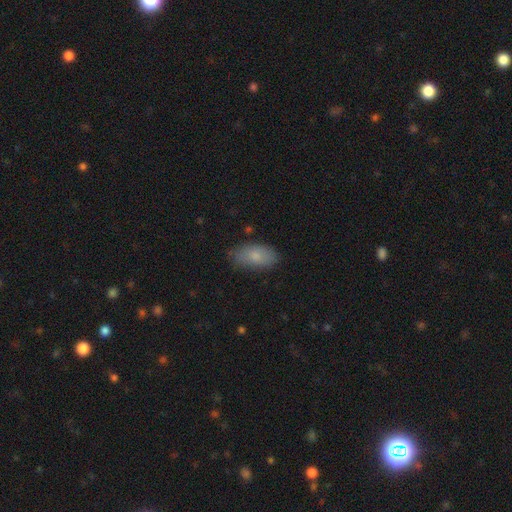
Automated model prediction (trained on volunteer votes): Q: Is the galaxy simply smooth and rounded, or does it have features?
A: smooth — 82%.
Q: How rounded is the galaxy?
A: in between — 92%.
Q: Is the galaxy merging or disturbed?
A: none — 78%.